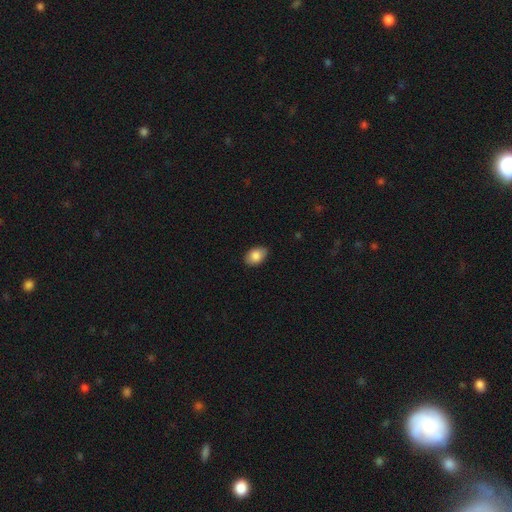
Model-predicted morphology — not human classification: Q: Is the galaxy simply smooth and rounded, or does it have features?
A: smooth — 86%.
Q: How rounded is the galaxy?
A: in between — 84%.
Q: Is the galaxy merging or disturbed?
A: none — 86%.